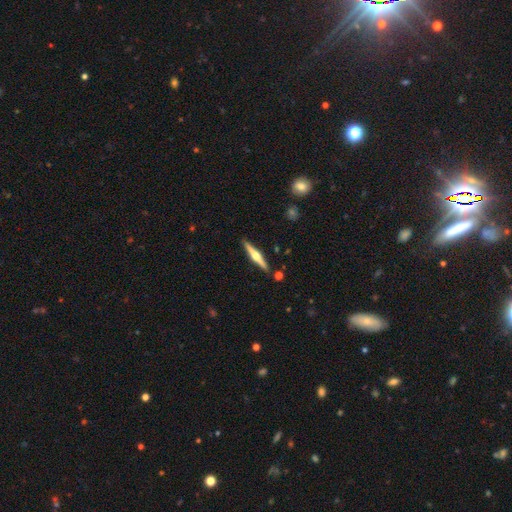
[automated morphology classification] Smooth or featured? featured or disk (71%)
Edge-on disk? yes (98%)
Edge-on bulge? rounded (92%)
Merging? none (90%)